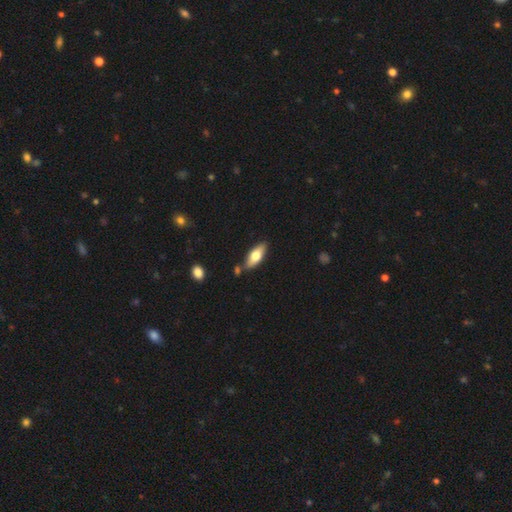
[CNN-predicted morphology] smooth_or_featured: smooth (p=0.64) [alt: featured or disk p=0.30]
how_rounded: in between (p=0.71) [alt: cigar-shaped p=0.27]
merging: none (p=0.76) [alt: minor disturbance p=0.14]